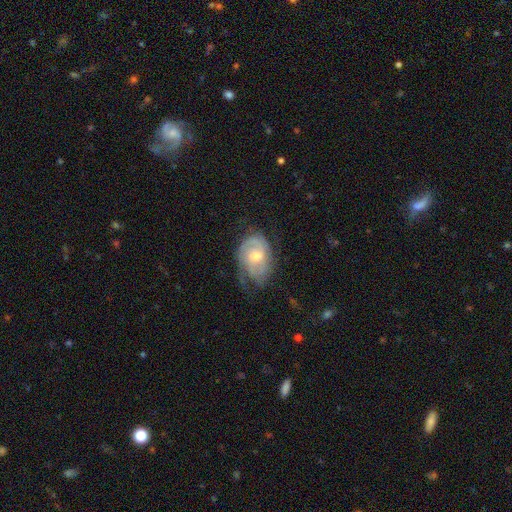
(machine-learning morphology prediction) type=featured or disk (74%); edge-on=no (97%); bar=no (62%); spiral arms=yes (90%); winding=tight (57%); arm count=2 (41%); bulge=moderate (61%); merging=none (54%).